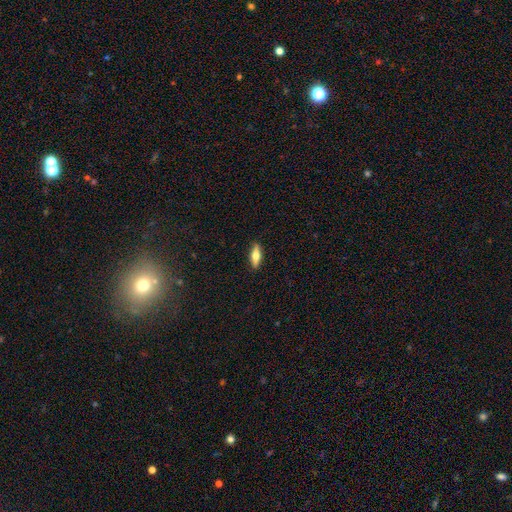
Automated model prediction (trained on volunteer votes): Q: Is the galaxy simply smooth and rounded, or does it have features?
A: smooth — 63%.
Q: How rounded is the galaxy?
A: in between — 49%, tied with cigar-shaped.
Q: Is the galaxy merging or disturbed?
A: none — 89%.